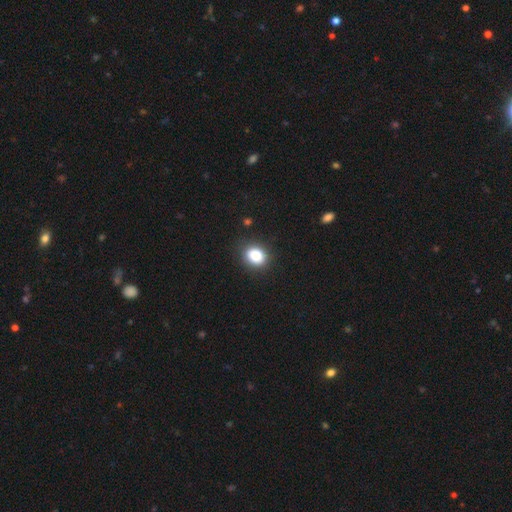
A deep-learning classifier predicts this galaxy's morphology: Overall: smooth (84%). How rounded: round (54%; in between 45%). Merging: none (86%).